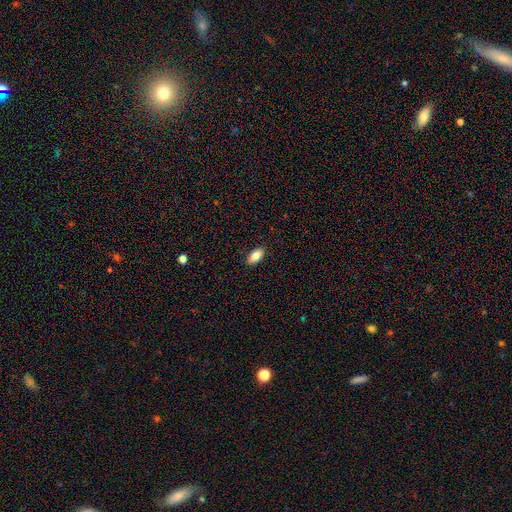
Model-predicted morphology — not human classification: smooth-or-featured: smooth: 82% | featured or disk: 11% | star or artifact: 7%
  how-rounded: in between: 92% | cigar-shaped: 5% | round: 3%
  merging: none: 89% | minor disturbance: 8% | major disturbance: 2% | merger: 1%